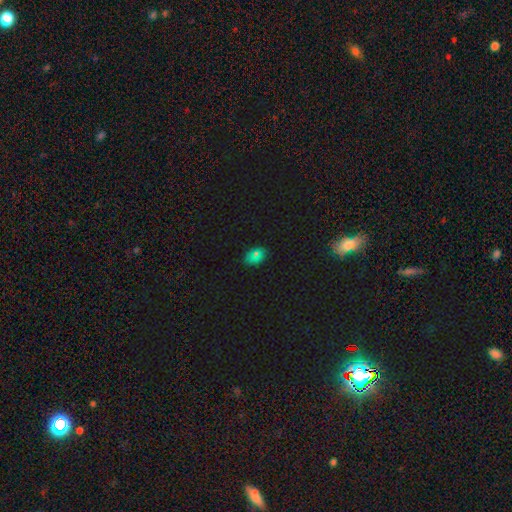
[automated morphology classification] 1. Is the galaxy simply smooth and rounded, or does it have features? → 66% smooth, 22% star or artifact, 12% featured or disk.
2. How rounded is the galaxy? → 76% in between, 23% round, 2% cigar-shaped.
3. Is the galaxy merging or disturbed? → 84% none, 12% minor disturbance, 2% major disturbance, 1% merger.